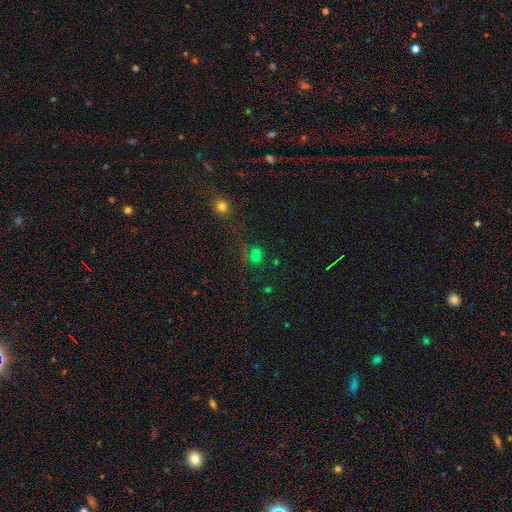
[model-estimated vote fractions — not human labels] smooth-or-featured: star or artifact: 46% | smooth: 45% | featured or disk: 9%